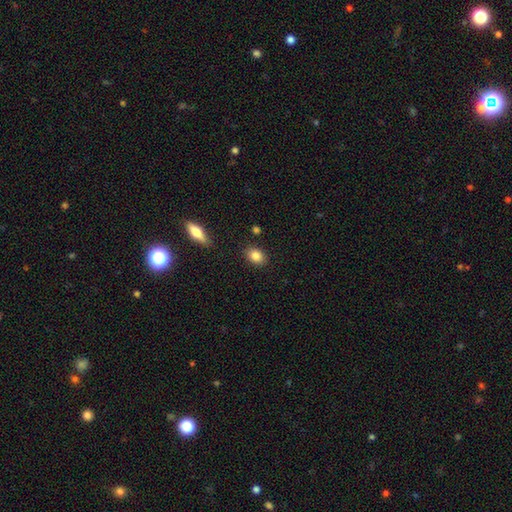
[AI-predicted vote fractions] smooth 85%, star or artifact 8%, featured or disk 7%. Down the decision tree: how rounded — in between (66%); merging — none (87%).